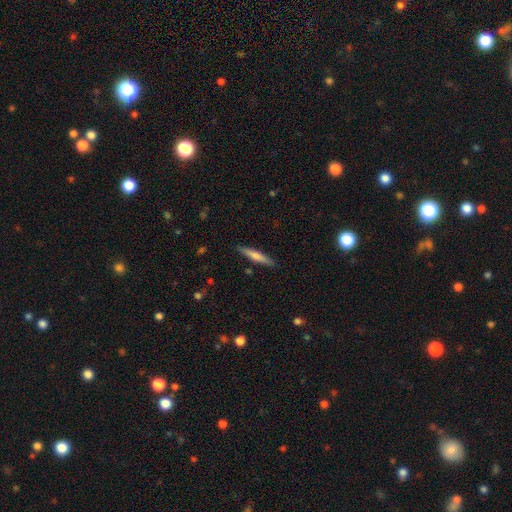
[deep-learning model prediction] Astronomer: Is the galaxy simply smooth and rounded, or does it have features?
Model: smooth — 58% (runner-up: featured or disk, 36%).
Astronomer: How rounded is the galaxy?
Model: cigar-shaped — 92%.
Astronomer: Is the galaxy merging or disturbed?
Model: none — 90%.